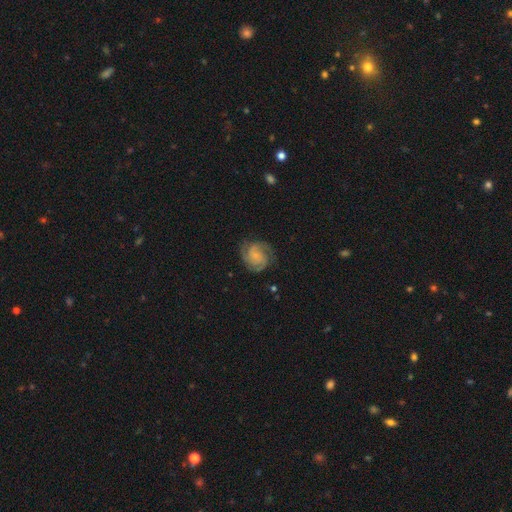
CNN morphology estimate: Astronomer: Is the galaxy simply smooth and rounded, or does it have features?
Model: featured or disk — 78%.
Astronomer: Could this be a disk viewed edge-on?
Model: no — 98%.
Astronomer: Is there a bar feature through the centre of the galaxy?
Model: no — 65%.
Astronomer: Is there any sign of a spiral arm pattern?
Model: yes — 96%.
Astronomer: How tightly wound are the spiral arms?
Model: tight — 51% (runner-up: medium, 40%).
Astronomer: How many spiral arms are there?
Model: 3 — 36% (runner-up: 2, 34%).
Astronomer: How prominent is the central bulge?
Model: small — 54%.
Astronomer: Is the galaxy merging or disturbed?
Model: none — 77%.